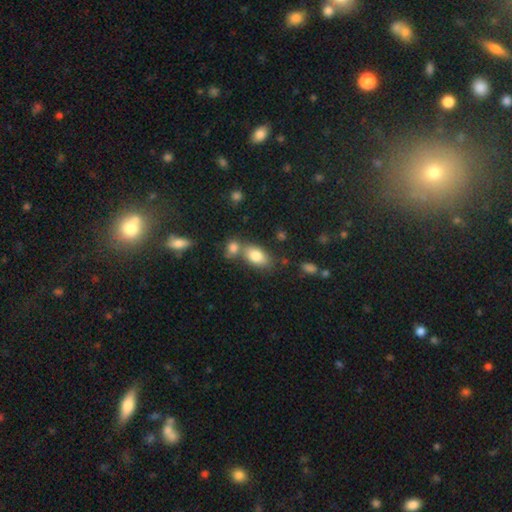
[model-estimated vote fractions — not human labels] smooth 81%, featured or disk 11%, star or artifact 8%. Down the decision tree: how rounded — in between (89%); merging — none (53%).